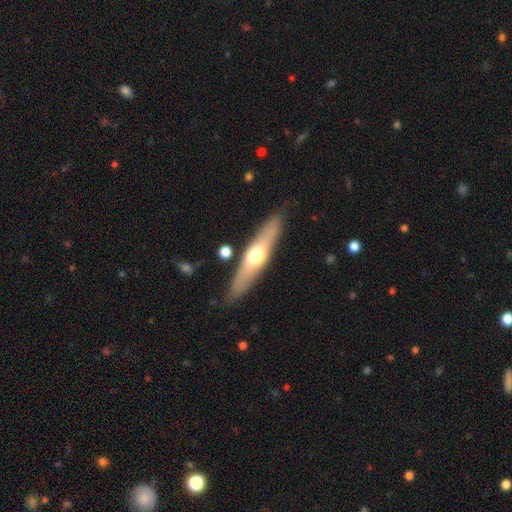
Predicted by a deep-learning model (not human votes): smooth-or-featured: featured or disk: 48% | smooth: 47% | star or artifact: 5%
  merging: none: 85% | minor disturbance: 10% | merger: 3% | major disturbance: 3%